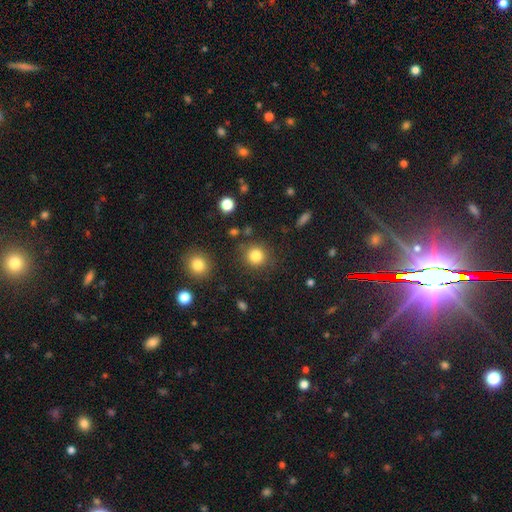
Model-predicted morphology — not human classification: This appears to be a smooth galaxy with no disk features (83%) that is round (90%). Merging: none (84%).